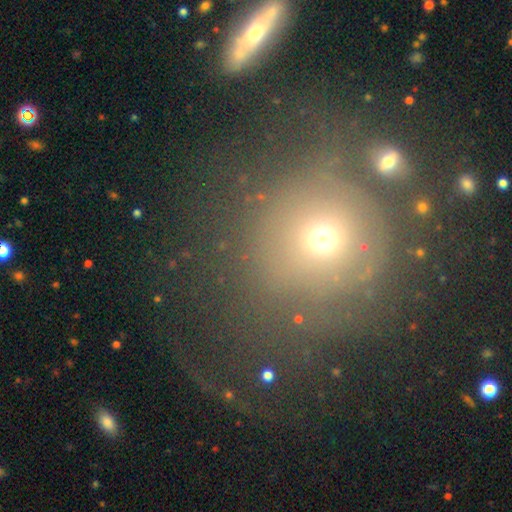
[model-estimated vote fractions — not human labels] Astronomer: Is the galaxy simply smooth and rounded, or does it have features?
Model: smooth — 57%.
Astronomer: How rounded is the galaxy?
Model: round — 91%.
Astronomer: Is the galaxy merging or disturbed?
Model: none — 59%.